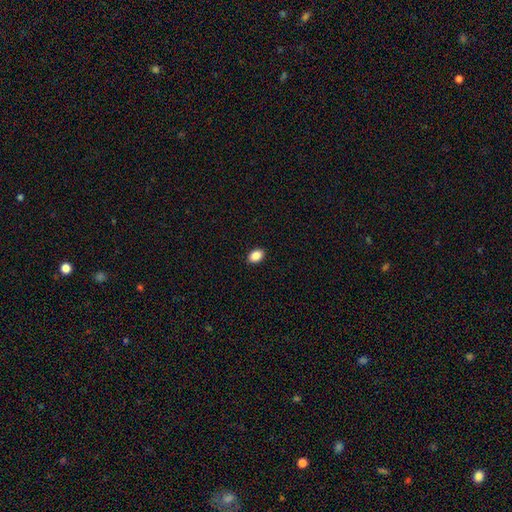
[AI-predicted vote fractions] Smooth or featured? Predicted: smooth (p=0.88). How rounded? Predicted: in between (p=0.80). Merging? Predicted: none (p=0.91).